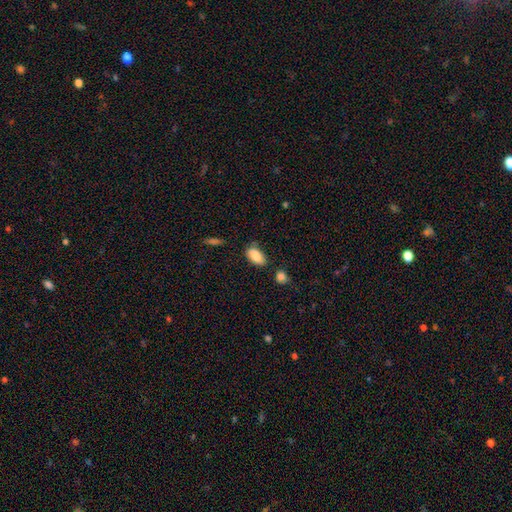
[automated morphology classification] smooth_or_featured: smooth (p=0.83) [alt: featured or disk p=0.10]
how_rounded: in between (p=0.92) [alt: round p=0.04]
merging: none (p=0.71) [alt: minor disturbance p=0.19]